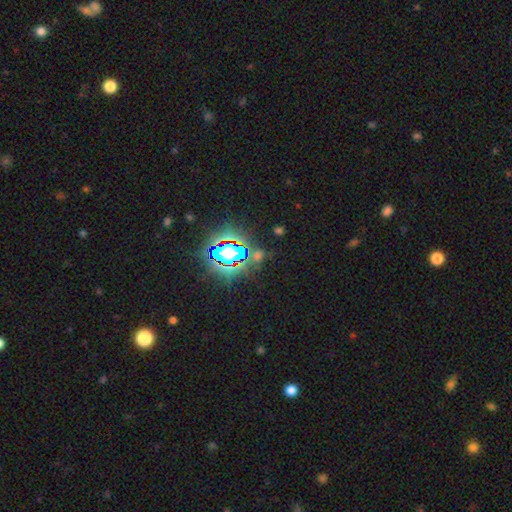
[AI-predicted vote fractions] Smooth or featured? star or artifact (77%)